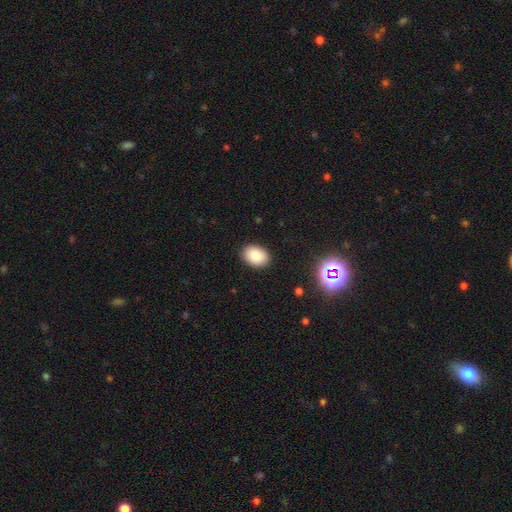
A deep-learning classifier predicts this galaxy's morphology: The model was most divided on "how rounded": in between: 78%, round: 21%, cigar-shaped: 1%. More confident: merging — none (89%); smooth or featured — smooth (84%).